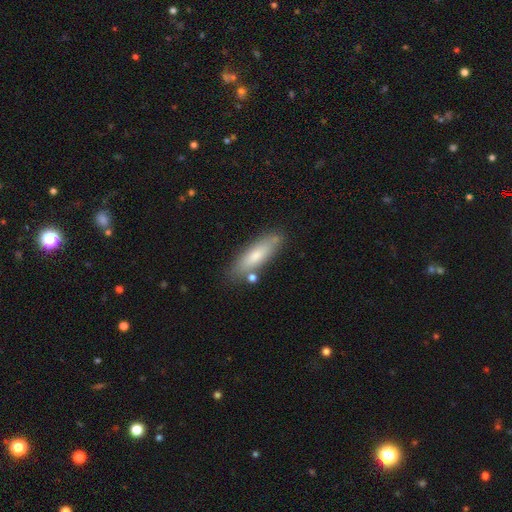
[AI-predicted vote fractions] Smooth or featured?
  - smooth: 71% *
  - featured or disk: 22%
  - star or artifact: 6%
How rounded?
  - cigar-shaped: 57% *
  - in between: 41%
  - round: 2%
Merging?
  - none: 76% *
  - minor disturbance: 14%
  - merger: 6%
  - major disturbance: 3%